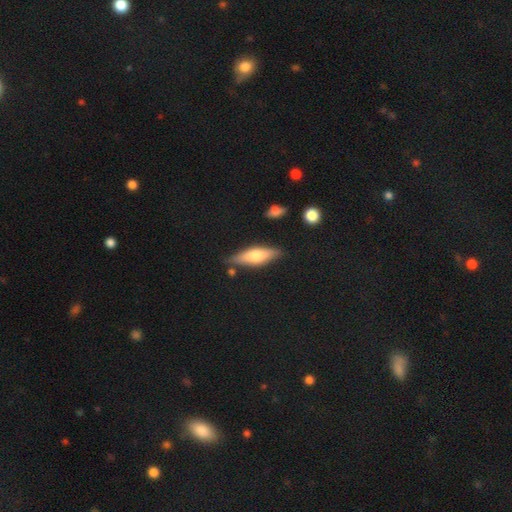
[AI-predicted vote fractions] smooth 55%, featured or disk 39%, star or artifact 6%. Down the decision tree: how rounded — cigar-shaped (54%); merging — none (81%).